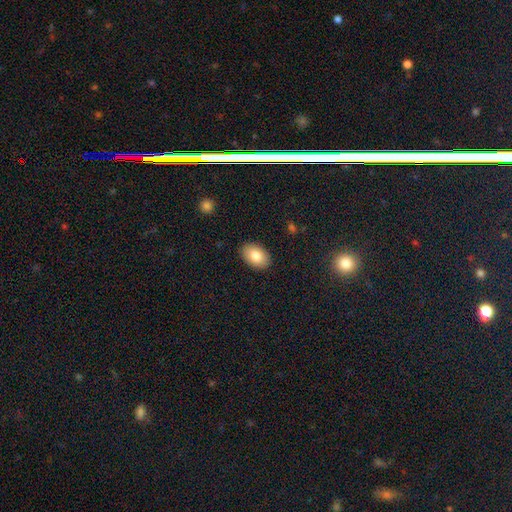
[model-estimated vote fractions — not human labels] A smooth galaxy with no disk features (82%) that is in between round and cigar-shaped (89%).

Vote fractions:
- Smooth or featured? smooth: 82% / featured or disk: 11% / star or artifact: 7%
- How rounded? in between: 89% / round: 10% / cigar-shaped: 1%
- Merging? none: 89% / minor disturbance: 8% / major disturbance: 2% / merger: 1%